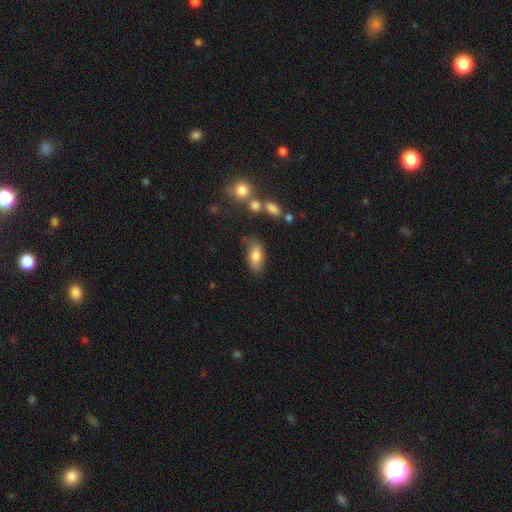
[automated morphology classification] This is clearly a smooth galaxy (80%). How rounded: clearly in between (89%). Merging: likely none (68%).